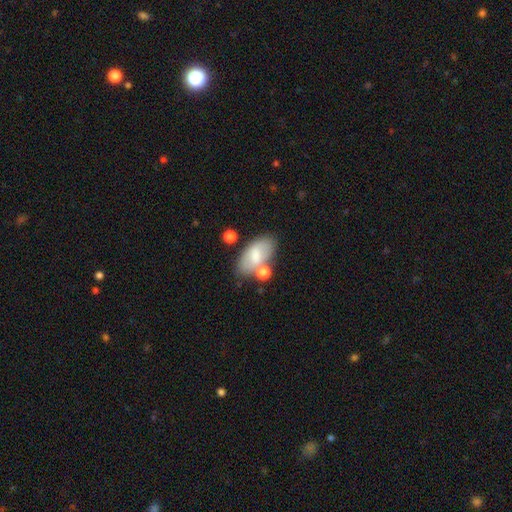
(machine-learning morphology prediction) Smooth or featured?
  - smooth: 70% *
  - featured or disk: 22%
  - star or artifact: 8%
How rounded?
  - in between: 93% *
  - round: 4%
  - cigar-shaped: 3%
Merging?
  - none: 59% *
  - minor disturbance: 18%
  - merger: 17%
  - major disturbance: 7%